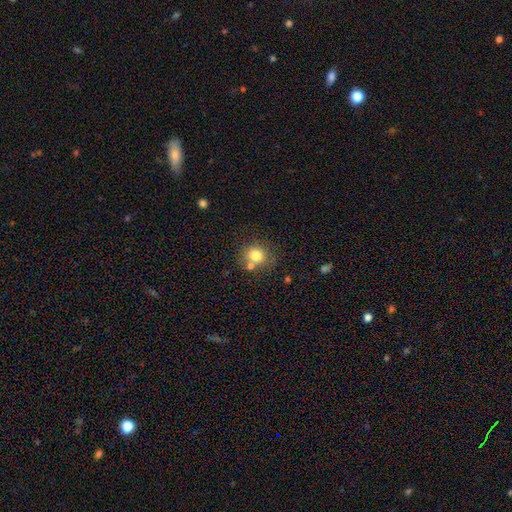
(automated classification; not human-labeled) Morphology: type=smooth (78%); roundness=round (79%); merging=none (65%).